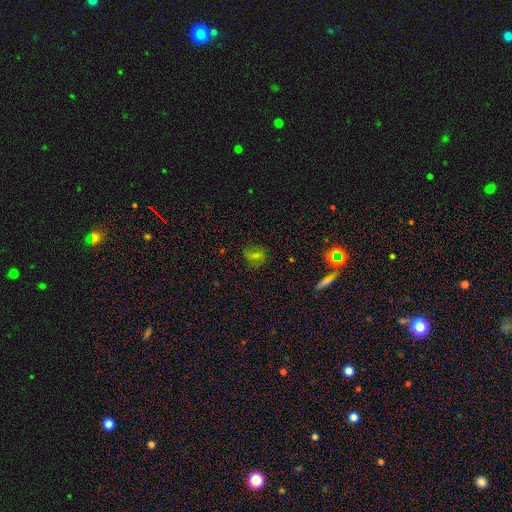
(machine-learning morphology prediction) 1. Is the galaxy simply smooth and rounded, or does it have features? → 37% featured or disk, 33% smooth, 30% star or artifact.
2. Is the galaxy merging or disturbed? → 73% none, 17% minor disturbance, 8% major disturbance, 3% merger.